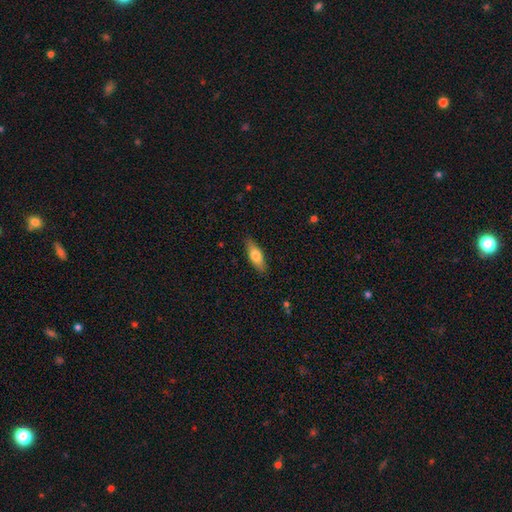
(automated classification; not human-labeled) Overall: smooth (70%). How rounded: in between (64%; cigar-shaped 33%). Merging: none (86%).